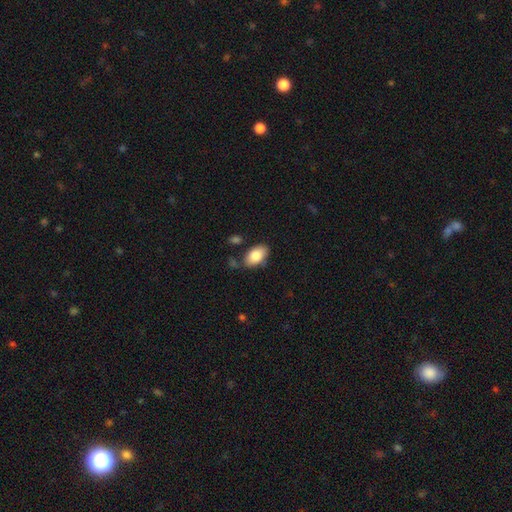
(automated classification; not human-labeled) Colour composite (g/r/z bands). It shows a smooth galaxy with no disk features (83%) that is in between round and cigar-shaped (94%). Merging: none (76%).